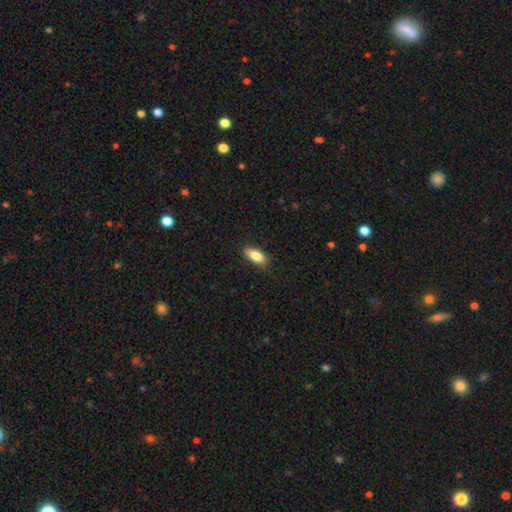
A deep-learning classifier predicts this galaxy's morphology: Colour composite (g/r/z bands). It shows a smooth galaxy with no disk features (82%) that is in between round and cigar-shaped (83%). Merging: none (86%).